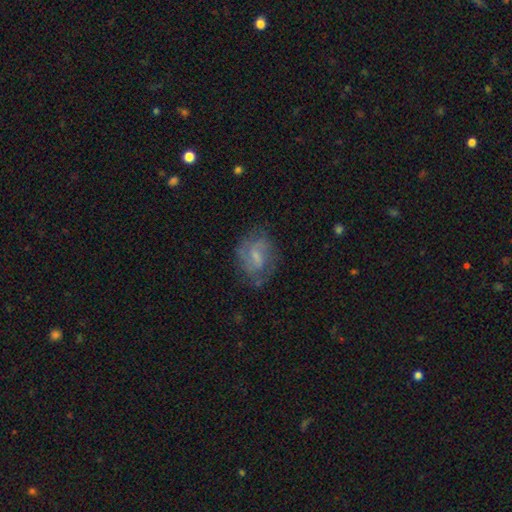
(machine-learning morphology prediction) type=featured or disk (58%); edge-on=no (96%); bar=weak (54%); spiral arms=yes (77%); bulge=small (47%); merging=none (63%).